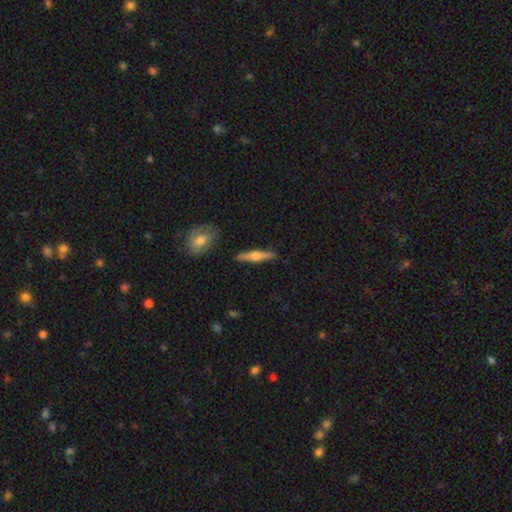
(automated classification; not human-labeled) Smooth or featured? Predicted: featured or disk (p=0.54). Edge-on disk? Predicted: yes (p=0.96). Edge-on bulge? Predicted: rounded (p=0.88). Merging? Predicted: none (p=0.88).